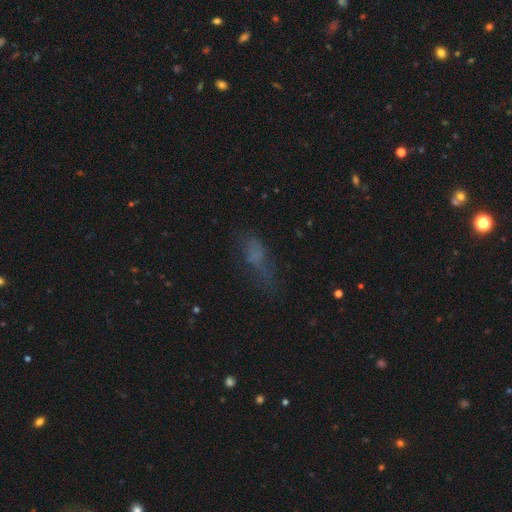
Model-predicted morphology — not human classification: Smooth or featured?
  - smooth: 52% *
  - featured or disk: 27%
  - star or artifact: 22%
How rounded?
  - in between: 64% *
  - cigar-shaped: 30%
  - round: 6%
Merging?
  - none: 44% *
  - major disturbance: 28%
  - minor disturbance: 25%
  - merger: 3%